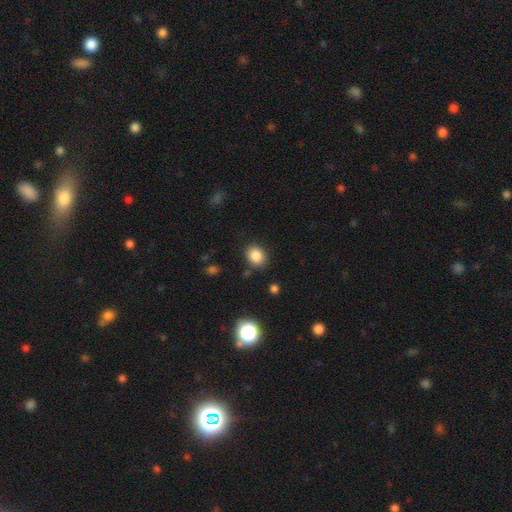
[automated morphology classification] Overall: smooth (85%). How rounded: round (57%; in between 42%). Merging: none (82%).